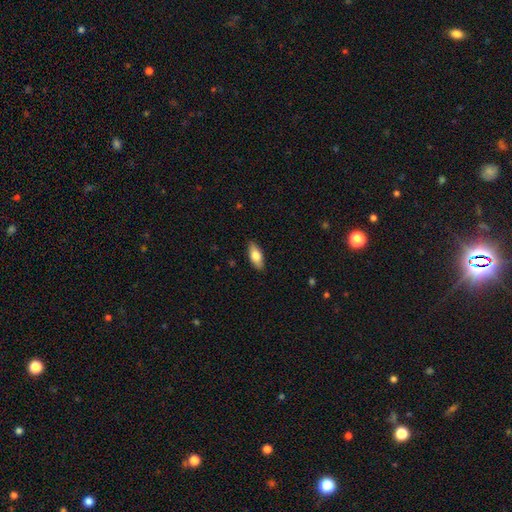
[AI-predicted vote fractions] Morphology: type=smooth (73%); roundness=in between (81%); merging=none (87%).